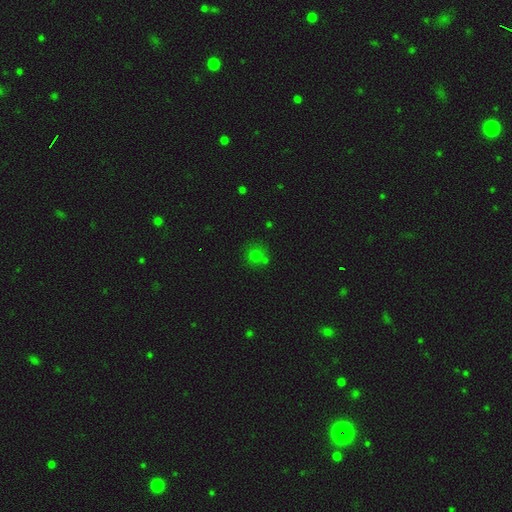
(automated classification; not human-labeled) smooth-or-featured: smooth: 71% | star or artifact: 20% | featured or disk: 10%
  how-rounded: round: 87% | in between: 12% | cigar-shaped: 1%
  merging: none: 64% | merger: 20% | minor disturbance: 12% | major disturbance: 4%